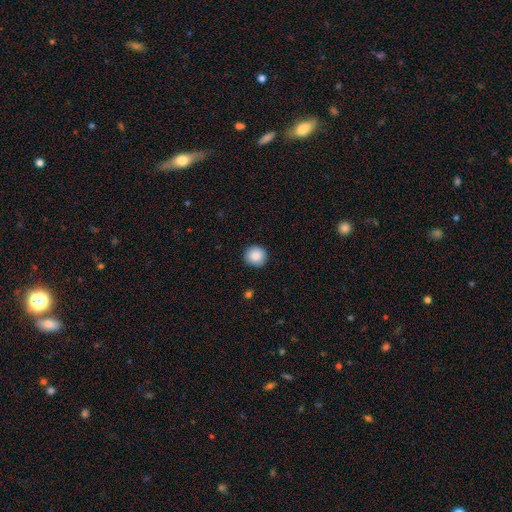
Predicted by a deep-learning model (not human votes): Q: Smooth or featured?
A: smooth (88%); runner-up: star or artifact (8%)
Q: How rounded?
A: round (94%); runner-up: in between (5%)
Q: Merging?
A: none (91%); runner-up: minor disturbance (6%)